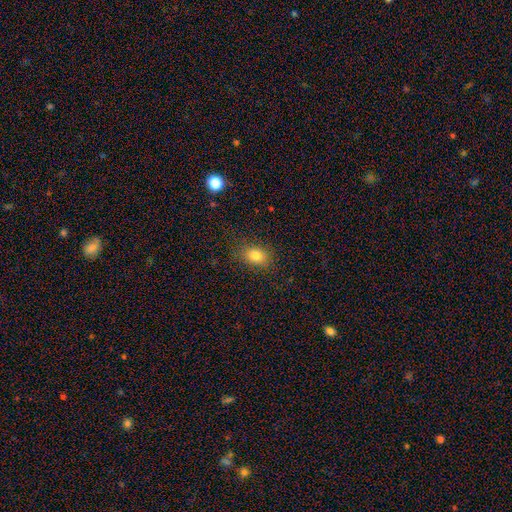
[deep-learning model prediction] Smooth or featured?
  - smooth: 81% *
  - star or artifact: 12%
  - featured or disk: 8%
How rounded?
  - in between: 67% *
  - round: 32%
  - cigar-shaped: 2%
Merging?
  - none: 84% *
  - minor disturbance: 11%
  - major disturbance: 4%
  - merger: 1%